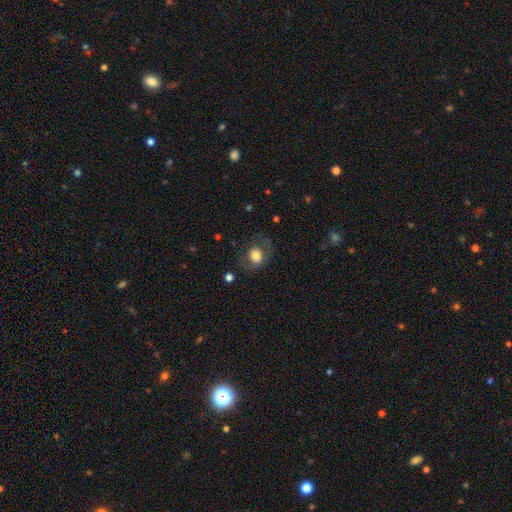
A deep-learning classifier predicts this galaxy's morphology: Overall: smooth (73%). How rounded: round (61%; in between 38%). Merging: none (70%).